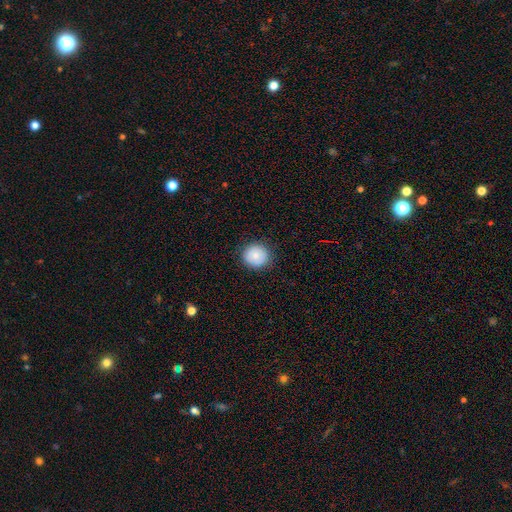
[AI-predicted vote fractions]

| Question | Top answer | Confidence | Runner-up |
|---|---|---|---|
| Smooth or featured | smooth | 82% | featured or disk (10%) |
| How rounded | round | 91% | in between (8%) |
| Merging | none | 89% | minor disturbance (8%) |